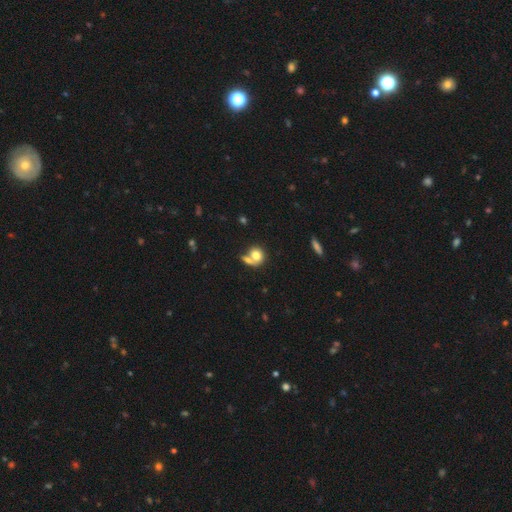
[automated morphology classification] Q: Smooth or featured?
A: smooth (76%); runner-up: featured or disk (14%)
Q: How rounded?
A: round (71%); runner-up: in between (27%)
Q: Merging?
A: merger (47%); runner-up: none (39%)